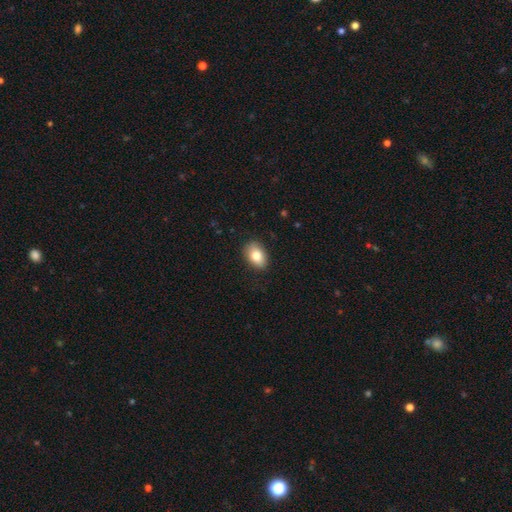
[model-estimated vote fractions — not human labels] Overall: smooth (82%). How rounded: in between (85%). Merging: none (86%).